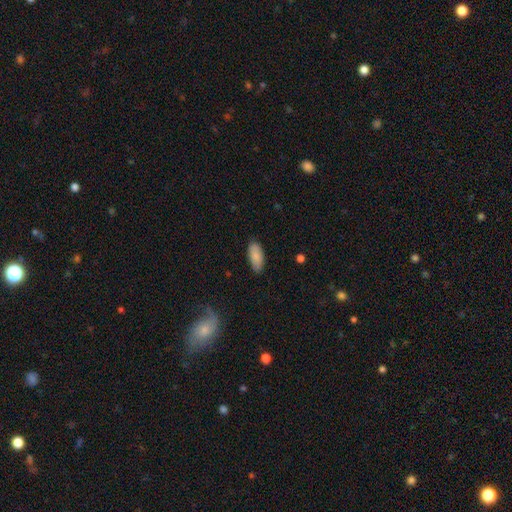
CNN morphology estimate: smooth 86%, featured or disk 8%, star or artifact 6%. Down the decision tree: how rounded — in between (89%); merging — none (84%).